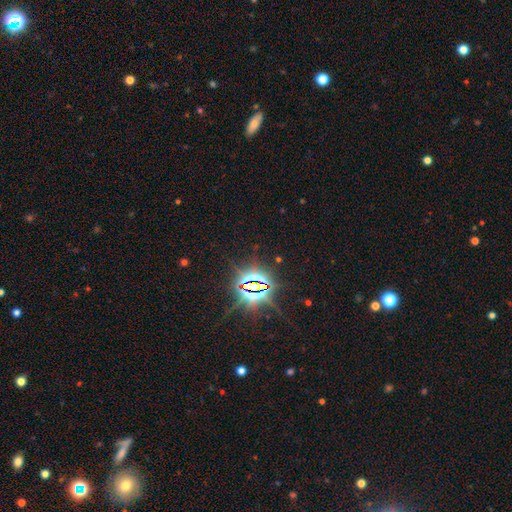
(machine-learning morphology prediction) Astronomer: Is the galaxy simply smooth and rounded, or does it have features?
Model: star or artifact — 85%.